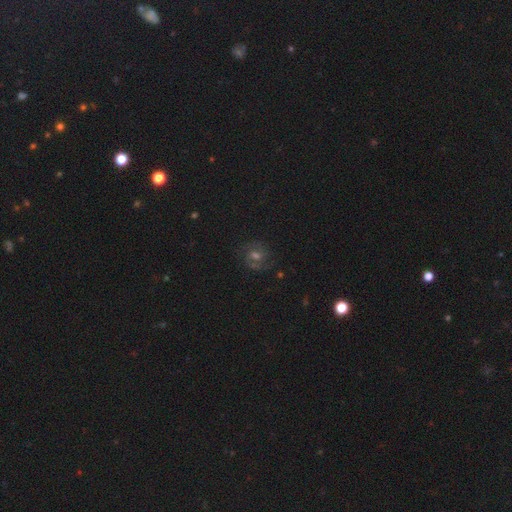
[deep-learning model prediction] Smooth or featured: featured or disk — 56% (smooth — 23%)
Edge-on disk: no — 97% (yes — 3%)
Bar: no — 50% (weak — 40%)
Spiral arms: yes — 85% (no — 15%)
Bulge size: moderate — 58% (small — 26%)
Merging: none — 77% (minor disturbance — 14%)